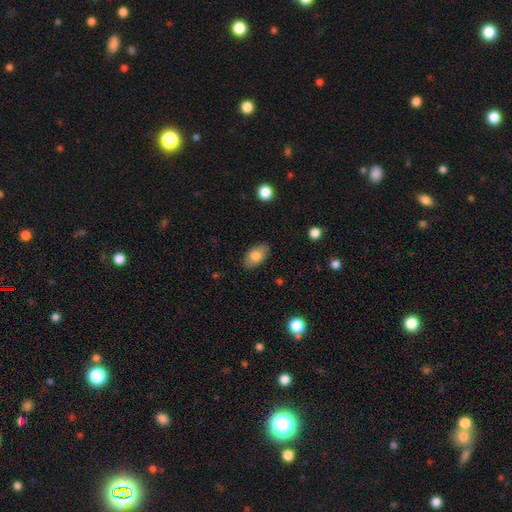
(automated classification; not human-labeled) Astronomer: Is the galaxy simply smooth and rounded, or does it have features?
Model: smooth — 76%.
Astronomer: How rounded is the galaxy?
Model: in between — 92%.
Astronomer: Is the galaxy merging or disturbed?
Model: none — 85%.